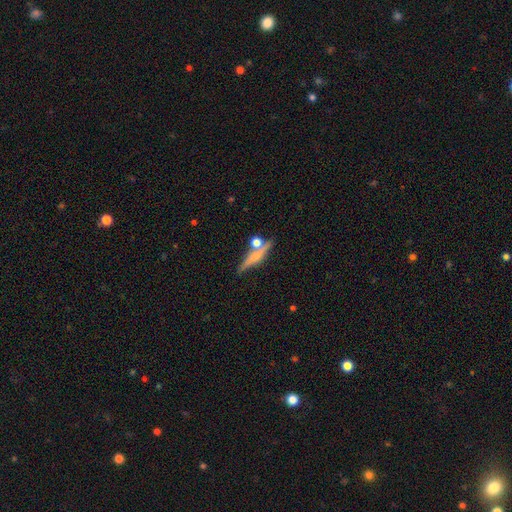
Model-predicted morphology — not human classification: This is possibly a featured or disk galaxy (47%). Merging: likely none (64%).